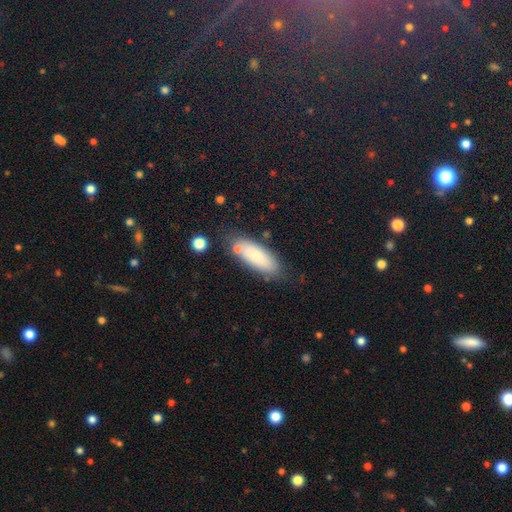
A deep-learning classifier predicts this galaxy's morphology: The model was most divided on "how rounded": in between: 68%, cigar-shaped: 30%, round: 2%. More confident: smooth or featured — smooth (79%); merging — none (72%).